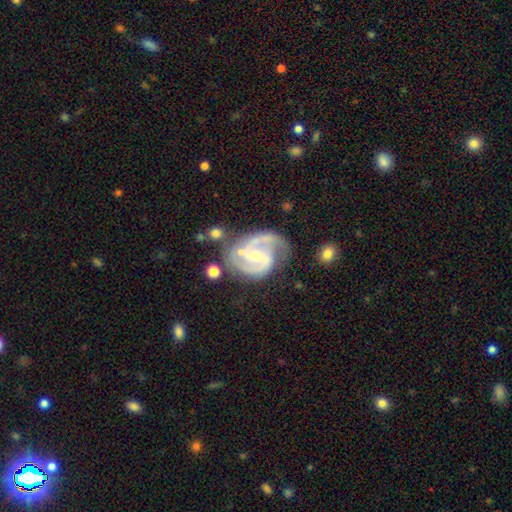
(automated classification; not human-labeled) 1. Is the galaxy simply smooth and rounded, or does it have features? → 92% featured or disk, 5% star or artifact, 4% smooth.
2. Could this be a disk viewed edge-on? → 98% no, 2% yes.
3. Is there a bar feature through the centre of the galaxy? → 42% no, 41% weak, 18% strong.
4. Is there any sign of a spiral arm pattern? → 98% yes, 2% no.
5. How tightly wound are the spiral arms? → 58% medium, 33% tight, 9% loose.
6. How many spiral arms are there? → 86% 2, 7% 3, 3% can't tell, 2% 1, 1% 4, 1% more than 4.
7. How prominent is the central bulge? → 63% small, 33% moderate, 2% none, 1% large, 1% dominant.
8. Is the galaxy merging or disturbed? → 65% none, 21% minor disturbance, 8% major disturbance, 7% merger.